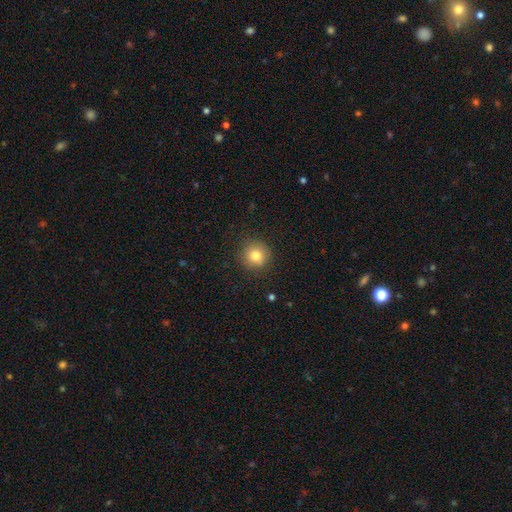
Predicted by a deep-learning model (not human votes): Overall: smooth (81%). How rounded: round (91%). Merging: none (88%).